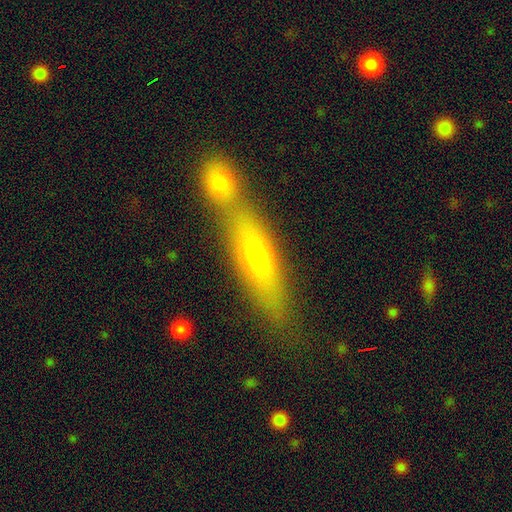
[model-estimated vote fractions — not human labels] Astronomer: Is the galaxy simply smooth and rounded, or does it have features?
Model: smooth — 65%.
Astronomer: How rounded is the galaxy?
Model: cigar-shaped — 58% (runner-up: in between, 36%).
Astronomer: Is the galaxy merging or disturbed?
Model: merger — 45% (runner-up: none, 42%).